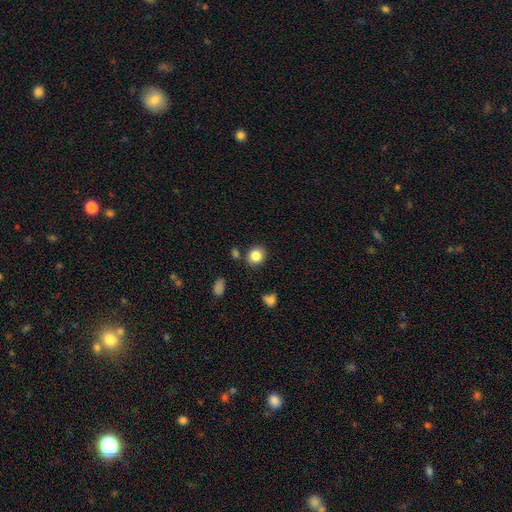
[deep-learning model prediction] Smooth or featured? smooth (85%)
How rounded? round (78%)
Merging? none (82%)